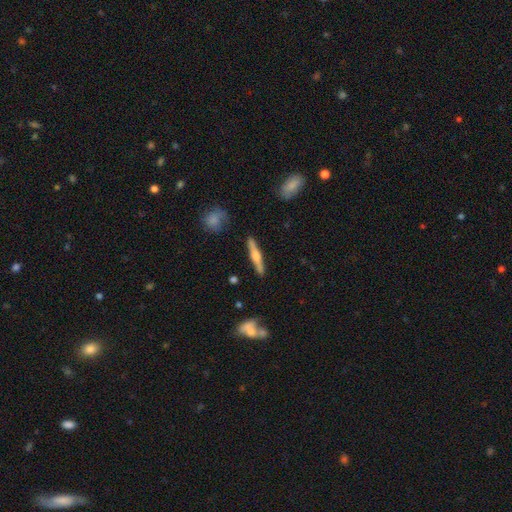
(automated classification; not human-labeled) Q: Smooth or featured?
A: featured or disk (64%); runner-up: smooth (30%)
Q: Edge-on disk?
A: yes (97%); runner-up: no (3%)
Q: Edge-on bulge?
A: rounded (85%); runner-up: boxy (10%)
Q: Merging?
A: none (87%); runner-up: minor disturbance (9%)